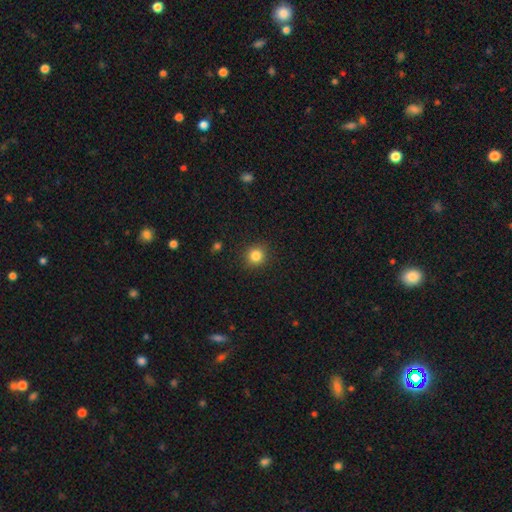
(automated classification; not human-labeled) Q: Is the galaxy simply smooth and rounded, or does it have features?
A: smooth — 84%.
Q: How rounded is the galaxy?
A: round — 90%.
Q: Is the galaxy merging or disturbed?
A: none — 91%.